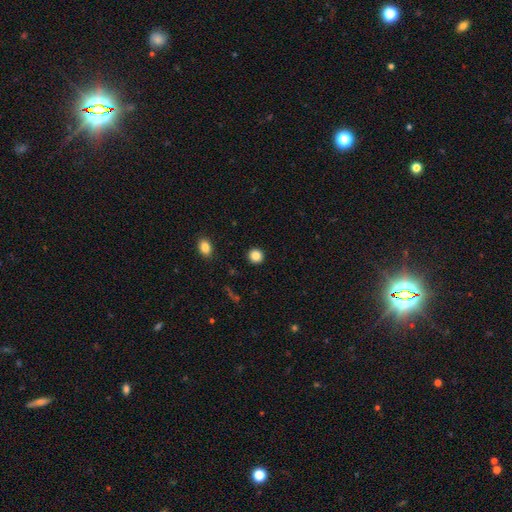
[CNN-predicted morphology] Smooth or featured: smooth — 85% (star or artifact — 11%)
How rounded: round — 92% (in between — 7%)
Merging: none — 92% (minor disturbance — 5%)